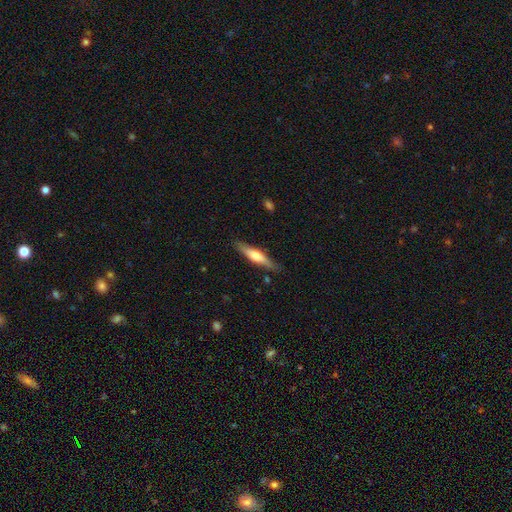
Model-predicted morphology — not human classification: Overall: featured or disk (48%; smooth 47%). Merging: none (84%).